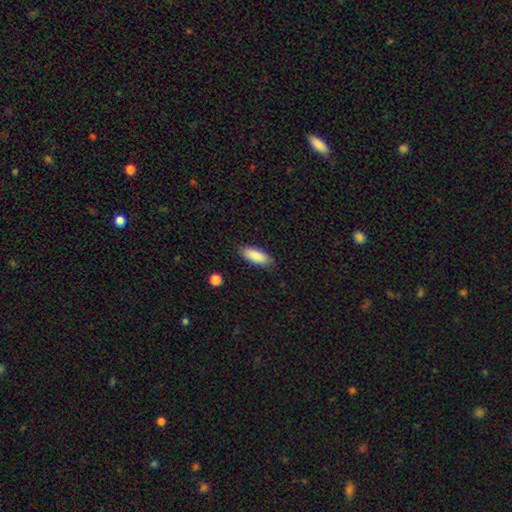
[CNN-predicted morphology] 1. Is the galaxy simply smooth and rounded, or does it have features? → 87% smooth, 7% featured or disk, 6% star or artifact.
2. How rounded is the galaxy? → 72% in between, 27% cigar-shaped, 2% round.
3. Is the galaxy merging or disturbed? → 87% none, 10% minor disturbance, 2% major disturbance, 1% merger.